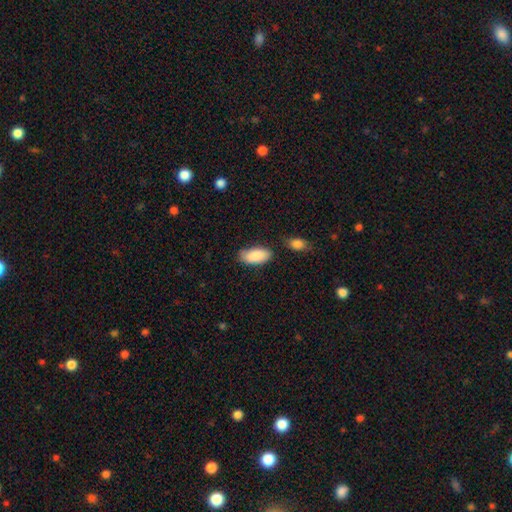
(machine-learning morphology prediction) Smooth or featured: smooth — 88% (star or artifact — 6%)
How rounded: in between — 92% (cigar-shaped — 6%)
Merging: none — 72% (minor disturbance — 18%)